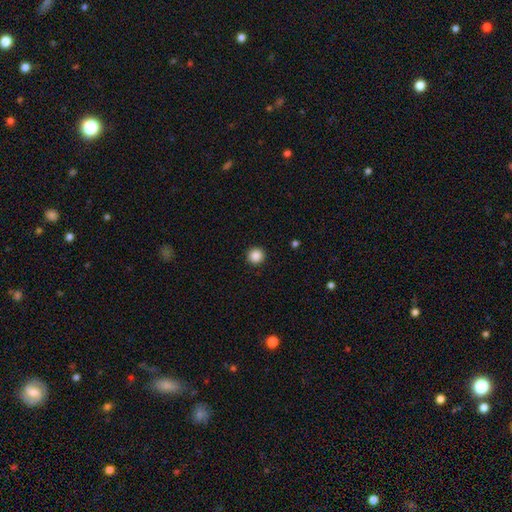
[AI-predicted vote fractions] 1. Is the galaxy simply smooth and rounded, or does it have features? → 88% smooth, 10% star or artifact, 3% featured or disk.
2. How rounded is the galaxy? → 95% round, 4% in between, 1% cigar-shaped.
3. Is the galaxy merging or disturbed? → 93% none, 4% minor disturbance, 2% major disturbance, 1% merger.